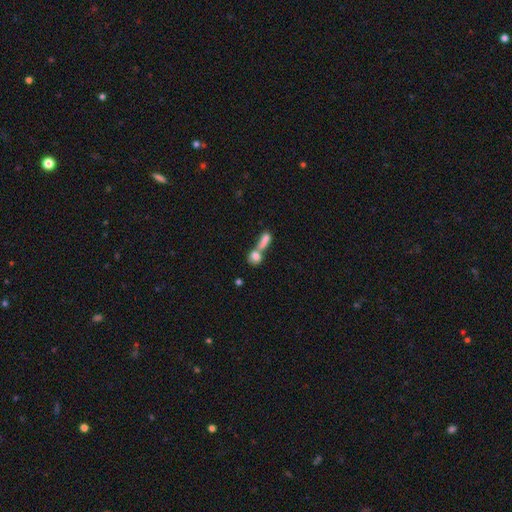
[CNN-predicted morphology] A smooth galaxy with no disk features (77%) that is round (52%).

Vote fractions:
- Smooth or featured? smooth: 77% / featured or disk: 14% / star or artifact: 9%
- How rounded? round: 52% / in between: 37% / cigar-shaped: 11%
- Merging? merger: 65% / none: 23% / minor disturbance: 6% / major disturbance: 6%